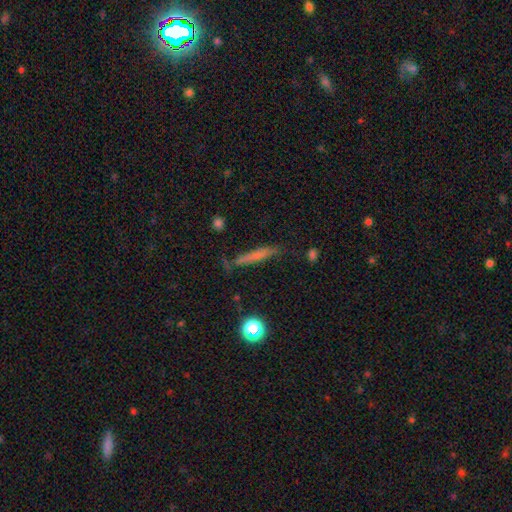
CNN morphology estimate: A smooth galaxy with no disk features (60%) that is cigar-shaped (91%). Merging: none (77%).